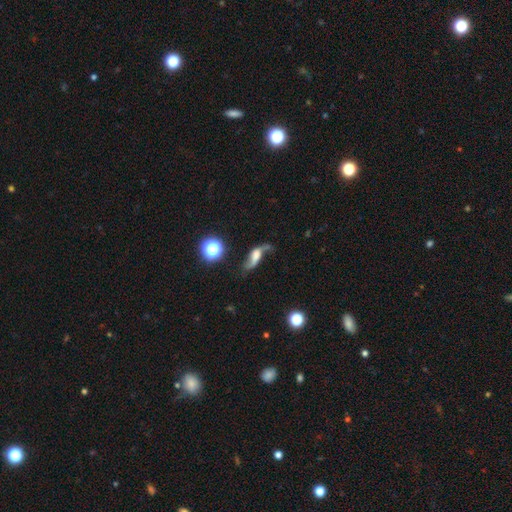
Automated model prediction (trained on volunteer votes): A featured or disk galaxy (67%) with no bar (49%), 2 (88%) loose (87%) spiral arms (90%) and no central bulge (27%). Merging: none (50%).